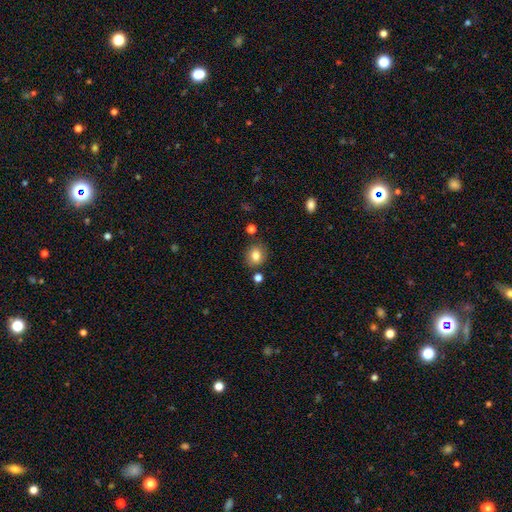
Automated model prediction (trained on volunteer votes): Q: Smooth or featured?
A: smooth (81%); runner-up: star or artifact (10%)
Q: How rounded?
A: round (69%); runner-up: in between (30%)
Q: Merging?
A: none (81%); runner-up: minor disturbance (11%)